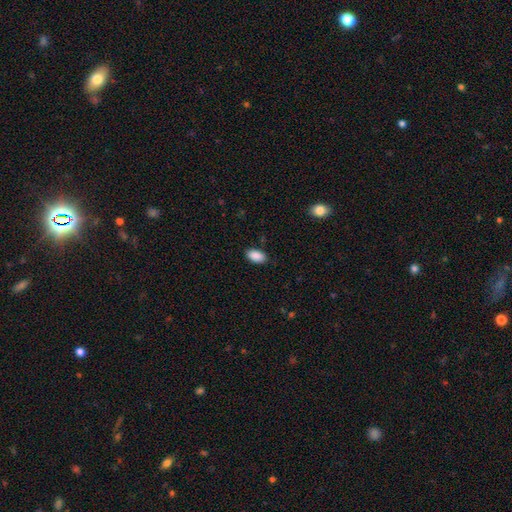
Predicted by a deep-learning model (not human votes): This appears to be a smooth galaxy with no disk features (90%) that is in between round and cigar-shaped (94%). Merging: none (86%).